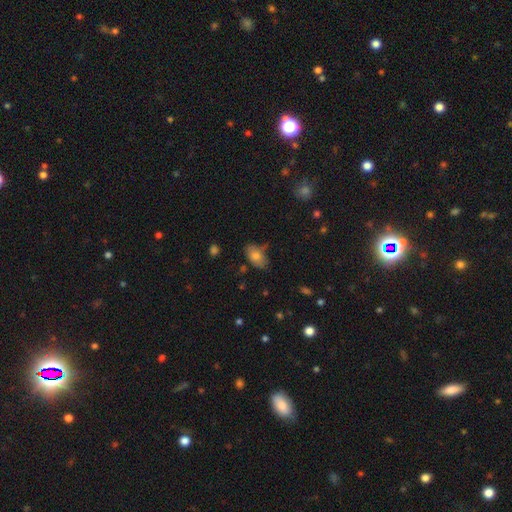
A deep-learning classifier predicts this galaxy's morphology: A smooth galaxy with no disk features (74%) that is in between round and cigar-shaped (90%).

Vote fractions:
- Smooth or featured? smooth: 74% / featured or disk: 15% / star or artifact: 11%
- How rounded? in between: 90% / round: 7% / cigar-shaped: 3%
- Merging? none: 64% / minor disturbance: 27% / major disturbance: 6% / merger: 3%